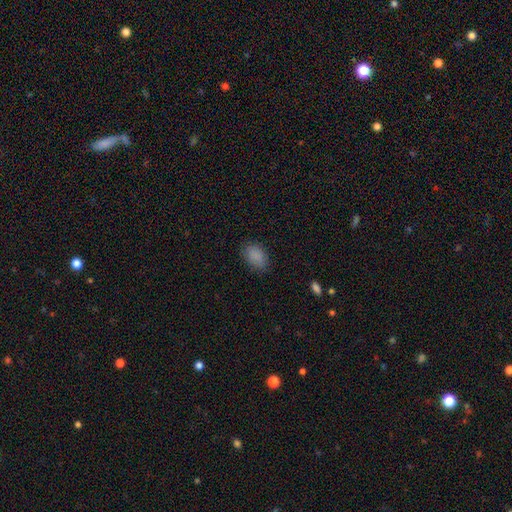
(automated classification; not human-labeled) smooth 88%, star or artifact 8%, featured or disk 4%. Down the decision tree: how rounded — in between (86%); merging — none (81%).